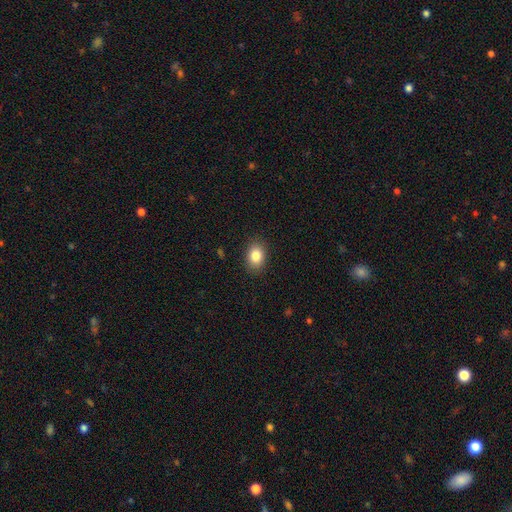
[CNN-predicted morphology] smooth-or-featured: smooth: 85% | star or artifact: 9% | featured or disk: 6%
  how-rounded: in between: 71% | round: 28% | cigar-shaped: 1%
  merging: none: 87% | minor disturbance: 9% | major disturbance: 3% | merger: 1%